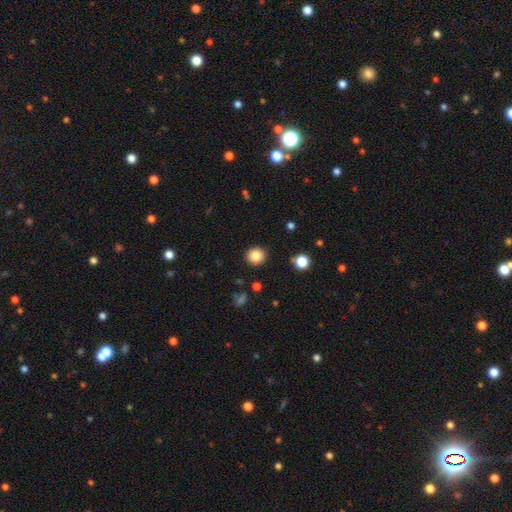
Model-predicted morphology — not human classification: This is clearly a smooth galaxy (84%). How rounded: clearly round (89%). Merging: clearly none (90%).